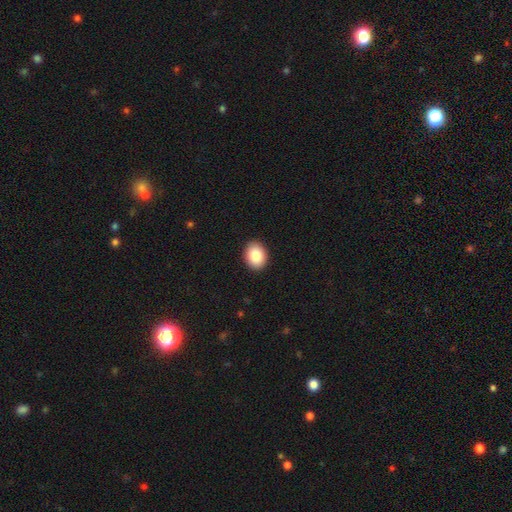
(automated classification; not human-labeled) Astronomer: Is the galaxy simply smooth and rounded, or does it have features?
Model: smooth — 86%.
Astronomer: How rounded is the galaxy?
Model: in between — 59% (runner-up: round, 41%).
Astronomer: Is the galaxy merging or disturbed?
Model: none — 91%.